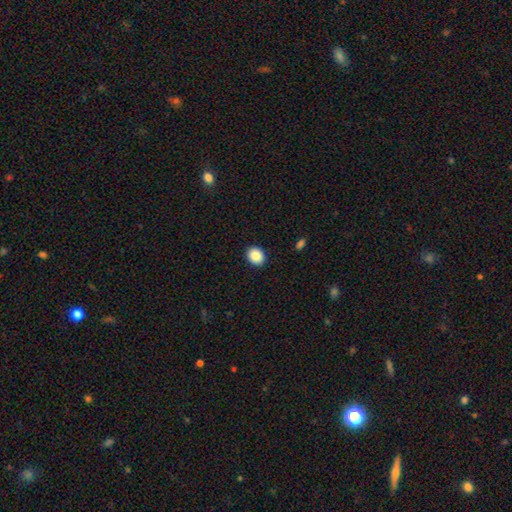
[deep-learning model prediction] Q: Smooth or featured?
A: smooth (89%); runner-up: star or artifact (8%)
Q: How rounded?
A: round (56%); runner-up: in between (43%)
Q: Merging?
A: none (91%); runner-up: minor disturbance (6%)